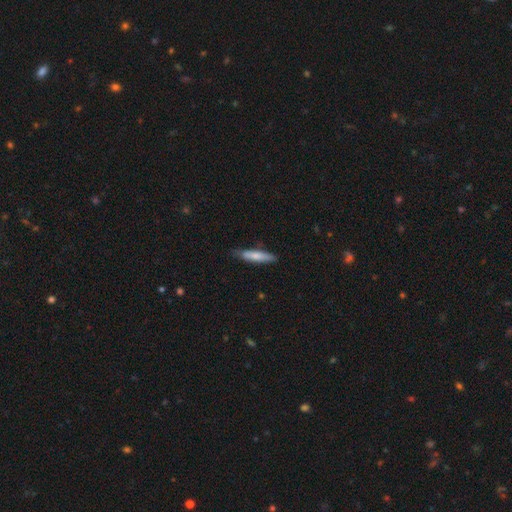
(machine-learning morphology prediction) This appears to be a smooth galaxy with no disk features (71%) that is cigar-shaped (84%). Merging: none (76%).